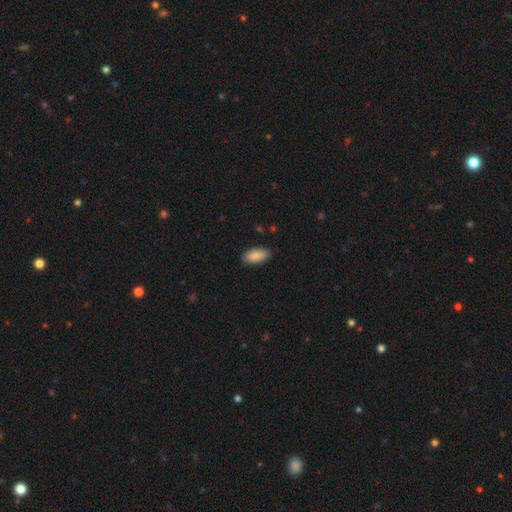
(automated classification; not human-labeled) Smooth or featured?
  - smooth: 89% *
  - star or artifact: 6%
  - featured or disk: 5%
How rounded?
  - in between: 91% *
  - cigar-shaped: 7%
  - round: 2%
Merging?
  - none: 87% *
  - minor disturbance: 10%
  - major disturbance: 2%
  - merger: 1%